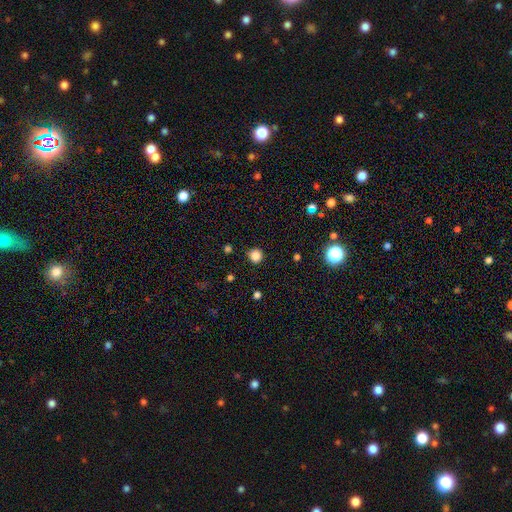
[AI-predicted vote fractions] Morphology: type=smooth (83%); roundness=round (93%); merging=none (88%).